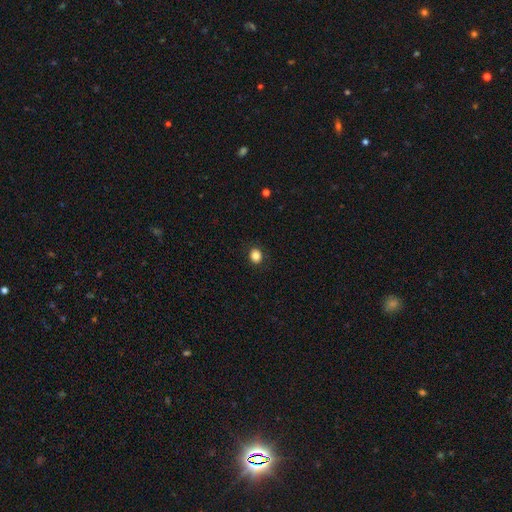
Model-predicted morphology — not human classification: Smooth or featured?
  - smooth: 85% *
  - star or artifact: 10%
  - featured or disk: 4%
How rounded?
  - round: 72% *
  - in between: 27%
  - cigar-shaped: 1%
Merging?
  - none: 90% *
  - minor disturbance: 7%
  - major disturbance: 2%
  - merger: 1%